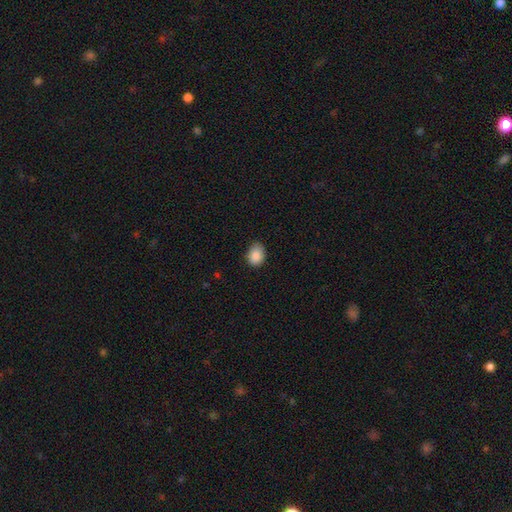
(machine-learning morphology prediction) Smooth or featured: smooth — 87% (star or artifact — 9%)
How rounded: in between — 63% (round — 36%)
Merging: none — 77% (minor disturbance — 19%)